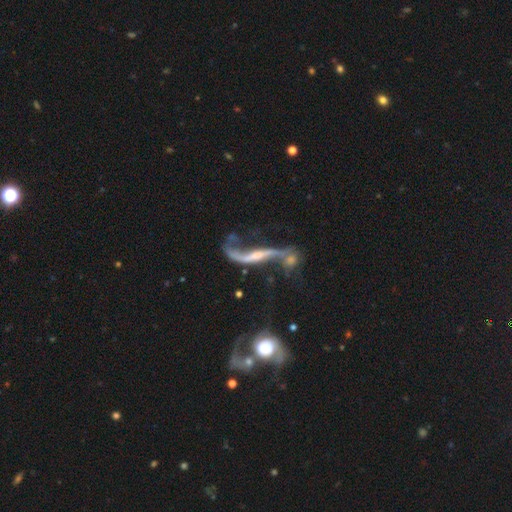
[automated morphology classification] smooth-or-featured: featured or disk: 84% | smooth: 8% | star or artifact: 8%
  disk-edge-on: no: 76% | yes: 24%
    bar: no: 38% | weak: 33% | strong: 30%
    has-spiral-arms: yes: 88% | no: 12%
      spiral-winding: loose: 92% | medium: 6% | tight: 2%
      spiral-arm-count: 2: 87% | 1: 7% | can't tell: 3% | 3: 1% | 4: 1% | more than 4: 1%
    bulge-size: small: 44% | moderate: 28% | none: 22% | large: 4% | dominant: 2%
  merging: none: 34% | merger: 33% | major disturbance: 19% | minor disturbance: 15%